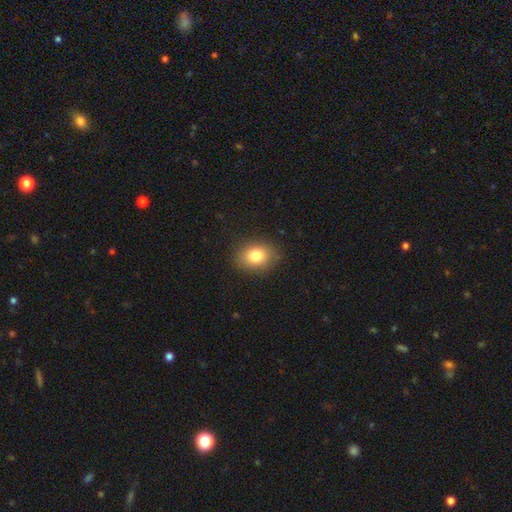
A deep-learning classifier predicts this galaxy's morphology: A smooth galaxy with no disk features (80%) that is in between round and cigar-shaped (51%).

Vote fractions:
- Smooth or featured? smooth: 80% / star or artifact: 10% / featured or disk: 9%
- How rounded? in between: 51% / round: 48% / cigar-shaped: 1%
- Merging? none: 86% / minor disturbance: 10% / major disturbance: 3% / merger: 1%